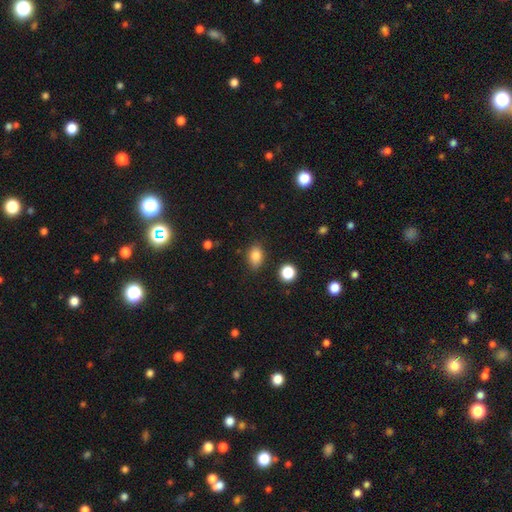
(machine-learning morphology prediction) Smooth or featured? smooth (83%)
How rounded? in between (81%)
Merging? none (82%)